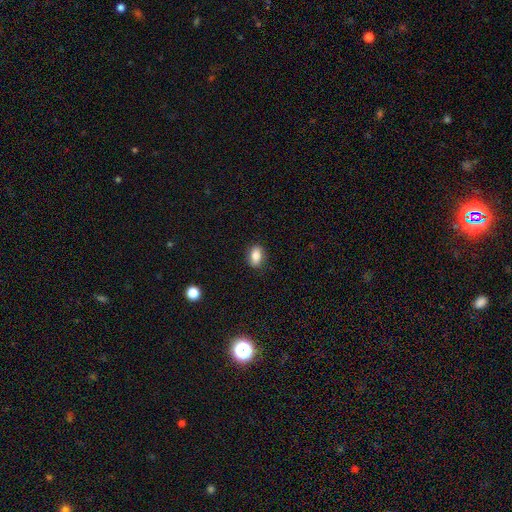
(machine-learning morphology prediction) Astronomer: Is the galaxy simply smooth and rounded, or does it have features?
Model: smooth — 83%.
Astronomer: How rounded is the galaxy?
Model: in between — 84%.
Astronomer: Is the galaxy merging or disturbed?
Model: none — 86%.